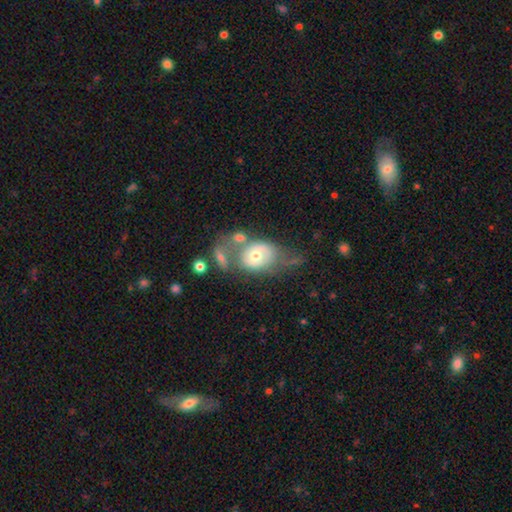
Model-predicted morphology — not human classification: This is possibly a featured or disk galaxy (52%). It is clearly not viewed edge-on (94%). Merging: marginally major disturbance (28%, tied with merger).